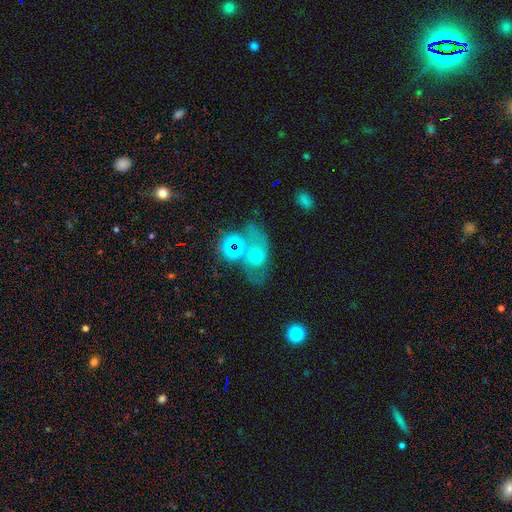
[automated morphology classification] type=smooth (41%); merging=none (47%).